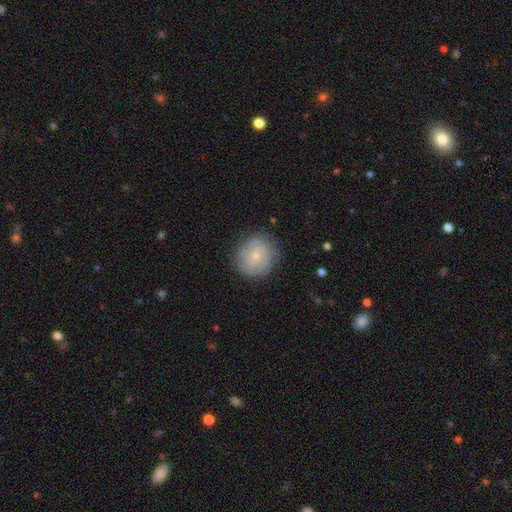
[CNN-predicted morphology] A smooth galaxy with no disk features (57%) that is round (82%).

Vote fractions:
- Smooth or featured? smooth: 57% / featured or disk: 35% / star or artifact: 8%
- How rounded? round: 82% / in between: 17% / cigar-shaped: 1%
- Merging? none: 79% / minor disturbance: 15% / major disturbance: 5% / merger: 1%